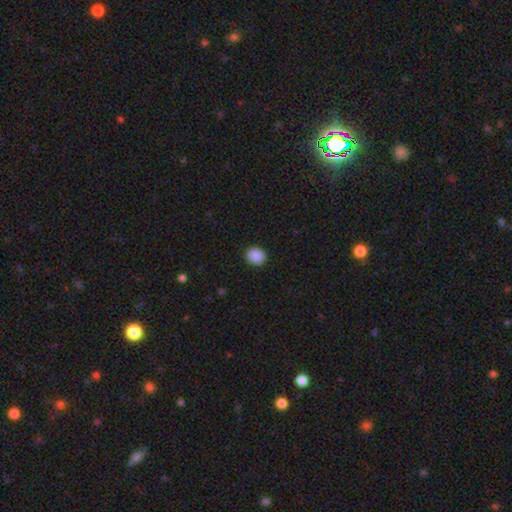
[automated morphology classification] smooth_or_featured: smooth (p=0.89) [alt: star or artifact p=0.08]
how_rounded: round (p=0.79) [alt: in between p=0.20]
merging: none (p=0.91) [alt: minor disturbance p=0.06]